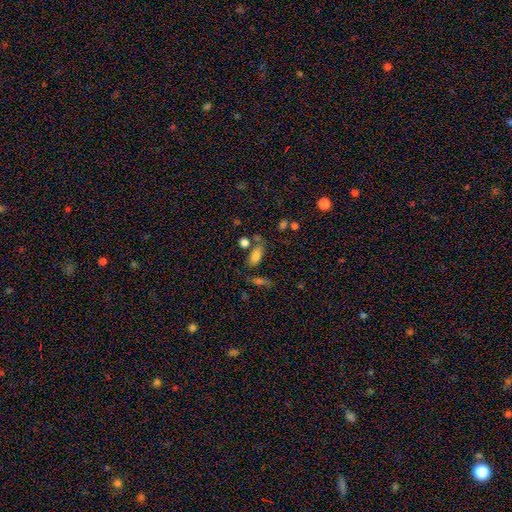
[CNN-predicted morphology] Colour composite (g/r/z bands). It shows a smooth galaxy with no disk features (80%) that is in between round and cigar-shaped (85%). Merging: none (62%).